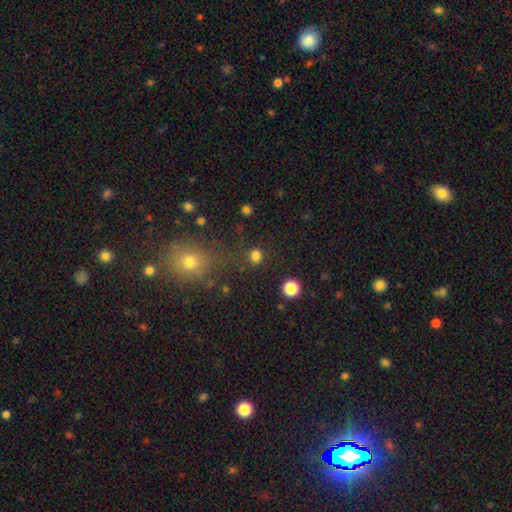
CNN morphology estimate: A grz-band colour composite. It shows a smooth galaxy with no disk features (80%) that is round (85%). Merging: none (84%).